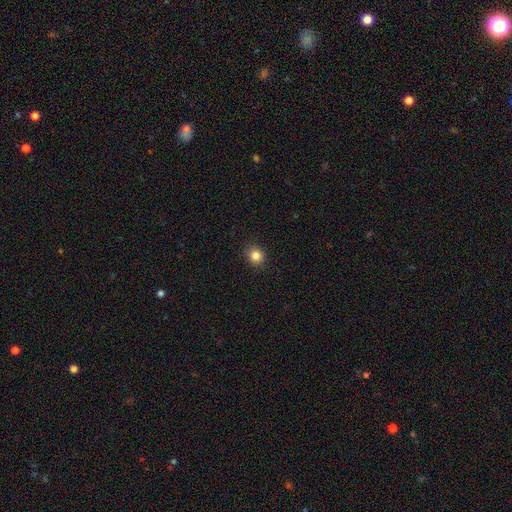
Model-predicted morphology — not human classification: smooth-or-featured: smooth: 84% | star or artifact: 11% | featured or disk: 5%
  how-rounded: round: 76% | in between: 23% | cigar-shaped: 1%
  merging: none: 90% | minor disturbance: 7% | major disturbance: 2% | merger: 1%